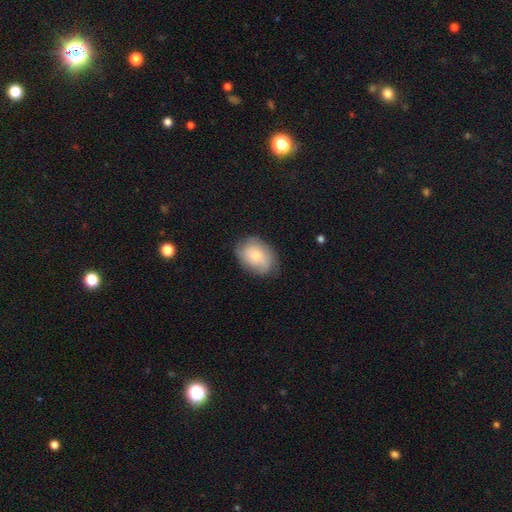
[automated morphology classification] Smooth or featured: smooth — 65% (featured or disk — 28%)
How rounded: in between — 72% (round — 27%)
Merging: none — 73% (minor disturbance — 20%)